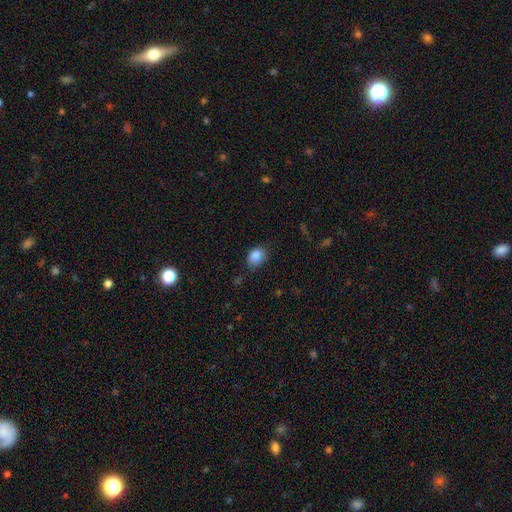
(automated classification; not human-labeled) smooth-or-featured: smooth: 86% | star or artifact: 9% | featured or disk: 5%
  how-rounded: in between: 66% | round: 33% | cigar-shaped: 1%
  merging: none: 71% | minor disturbance: 22% | major disturbance: 5% | merger: 2%